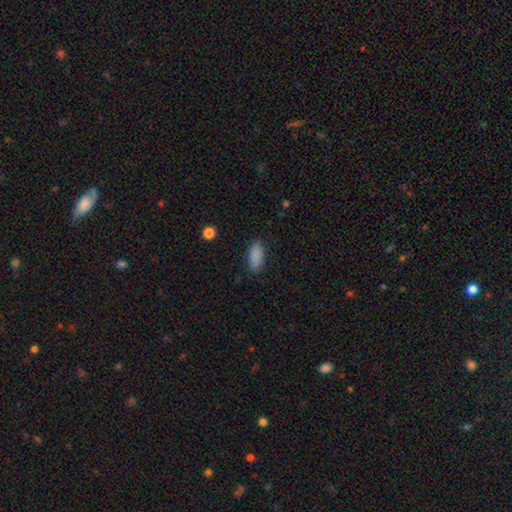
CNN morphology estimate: Smooth or featured: smooth — 88% (star or artifact — 8%)
How rounded: in between — 87% (cigar-shaped — 11%)
Merging: none — 82% (minor disturbance — 14%)